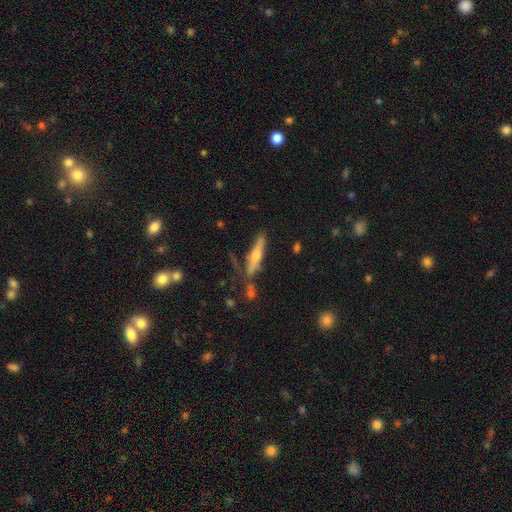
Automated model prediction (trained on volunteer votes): Smooth or featured? featured or disk (61%)
Edge-on disk? yes (93%)
Edge-on bulge? rounded (85%)
Merging? none (70%)